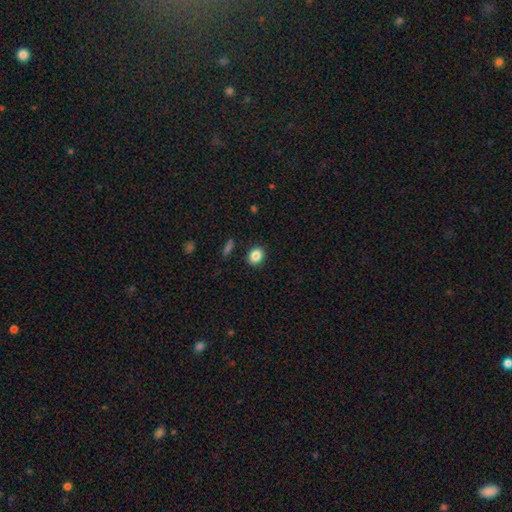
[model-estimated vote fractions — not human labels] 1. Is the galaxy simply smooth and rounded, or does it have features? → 85% smooth, 10% star or artifact, 5% featured or disk.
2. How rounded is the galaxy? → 59% round, 40% in between, 1% cigar-shaped.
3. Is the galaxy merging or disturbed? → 90% none, 7% minor disturbance, 2% major disturbance, 1% merger.